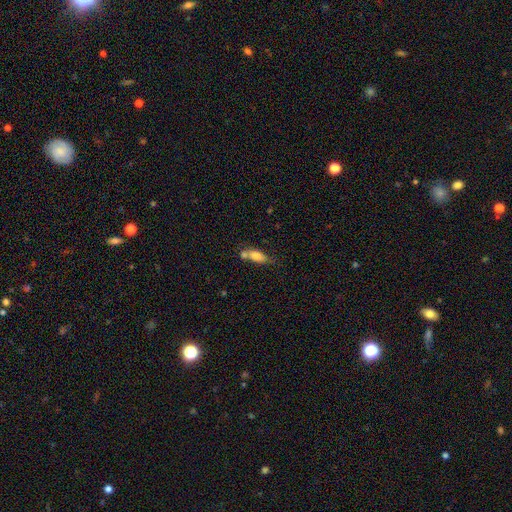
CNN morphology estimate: Smooth or featured? Predicted: smooth (p=0.75). How rounded? Predicted: in between (p=0.72). Merging? Predicted: none (p=0.38).